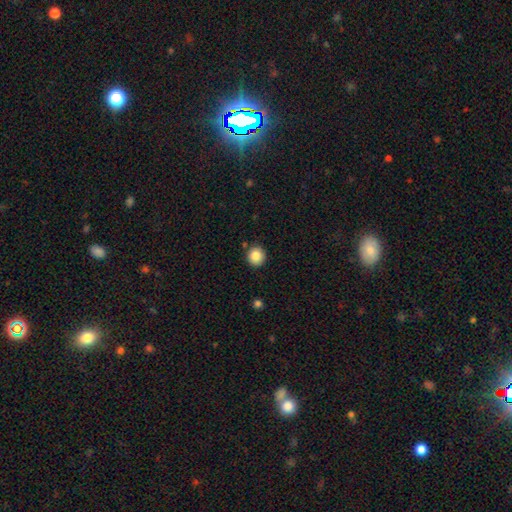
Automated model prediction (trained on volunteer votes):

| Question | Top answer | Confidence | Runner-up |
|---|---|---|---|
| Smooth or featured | smooth | 85% | star or artifact (9%) |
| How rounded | round | 86% | in between (13%) |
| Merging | none | 88% | minor disturbance (8%) |